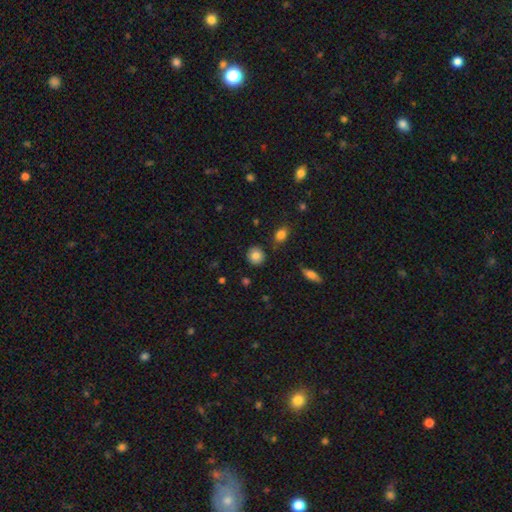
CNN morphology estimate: smooth-or-featured: smooth: 84% | star or artifact: 9% | featured or disk: 8%
  how-rounded: round: 88% | in between: 11% | cigar-shaped: 1%
  merging: none: 87% | minor disturbance: 8% | merger: 2% | major disturbance: 2%